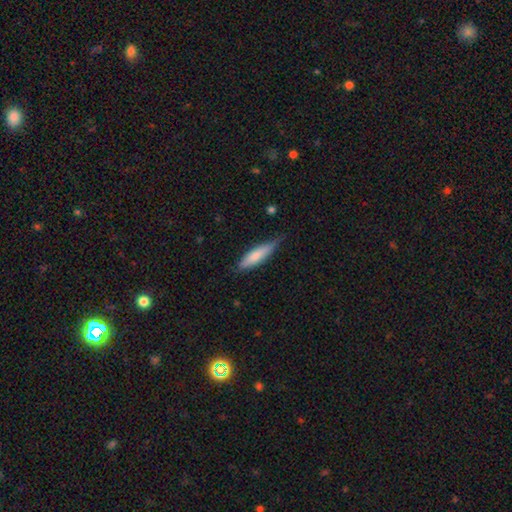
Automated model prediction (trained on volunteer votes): smooth_or_featured: smooth (p=0.74) [alt: featured or disk p=0.21]
how_rounded: cigar-shaped (p=0.71) [alt: in between p=0.28]
merging: none (p=0.66) [alt: minor disturbance p=0.28]